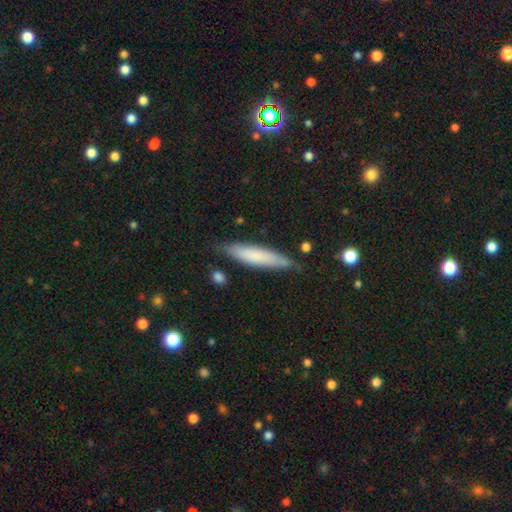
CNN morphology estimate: Q: Smooth or featured?
A: smooth (71%); runner-up: featured or disk (22%)
Q: How rounded?
A: cigar-shaped (83%); runner-up: in between (15%)
Q: Merging?
A: none (80%); runner-up: minor disturbance (16%)